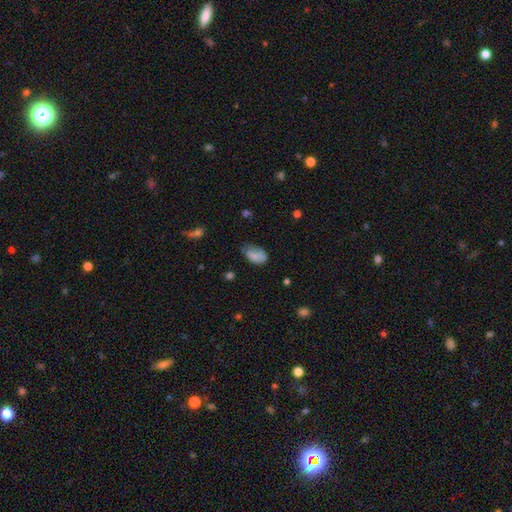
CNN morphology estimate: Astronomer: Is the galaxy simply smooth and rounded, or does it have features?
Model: smooth — 77%.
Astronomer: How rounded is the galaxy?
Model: in between — 90%.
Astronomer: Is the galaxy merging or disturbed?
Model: none — 47% (runner-up: minor disturbance, 35%).